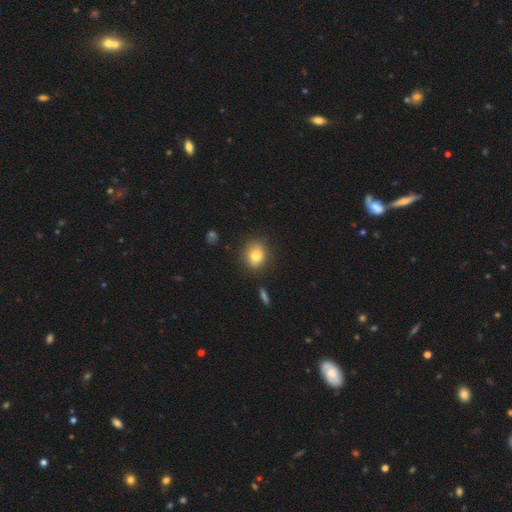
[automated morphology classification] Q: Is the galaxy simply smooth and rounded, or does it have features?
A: smooth — 77%.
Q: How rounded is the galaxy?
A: round — 56%.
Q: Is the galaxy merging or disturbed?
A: none — 81%.